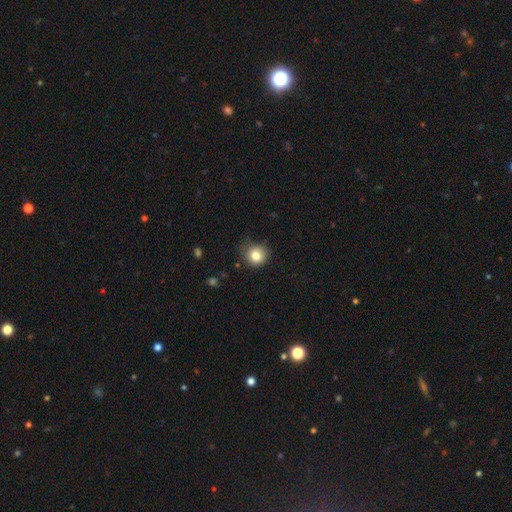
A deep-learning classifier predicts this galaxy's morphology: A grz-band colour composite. It shows a smooth galaxy with no disk features (82%) that is round (88%). Merging: none (71%).